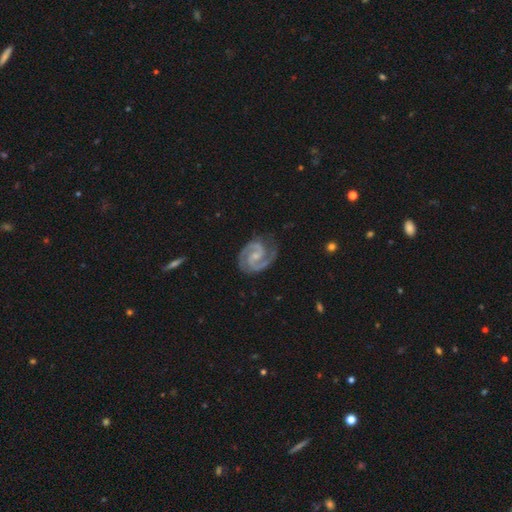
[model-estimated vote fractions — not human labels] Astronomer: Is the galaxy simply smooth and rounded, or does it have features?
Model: featured or disk — 93%.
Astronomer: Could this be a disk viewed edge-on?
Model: no — 98%.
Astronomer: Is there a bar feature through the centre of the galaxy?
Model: weak — 45% (runner-up: no, 42%).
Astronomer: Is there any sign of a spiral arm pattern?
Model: yes — 99%.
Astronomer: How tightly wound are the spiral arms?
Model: medium — 54% (runner-up: tight, 37%).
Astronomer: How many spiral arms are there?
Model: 2 — 93%.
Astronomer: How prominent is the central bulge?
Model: small — 60%.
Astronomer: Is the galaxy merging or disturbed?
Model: none — 78%.